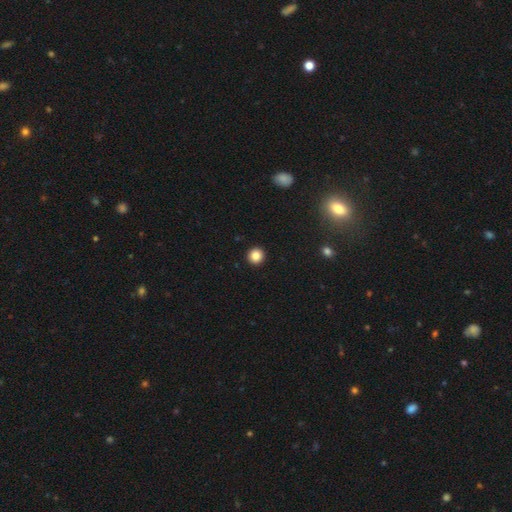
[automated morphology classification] type=smooth (85%); roundness=round (94%); merging=none (94%).